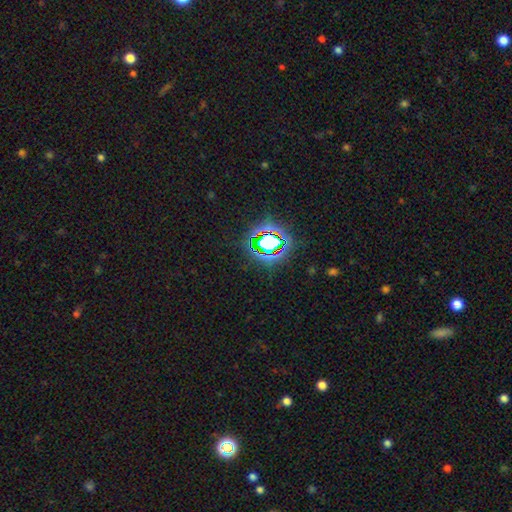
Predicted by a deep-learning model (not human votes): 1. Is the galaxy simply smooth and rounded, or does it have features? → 78% star or artifact, 14% smooth, 8% featured or disk.